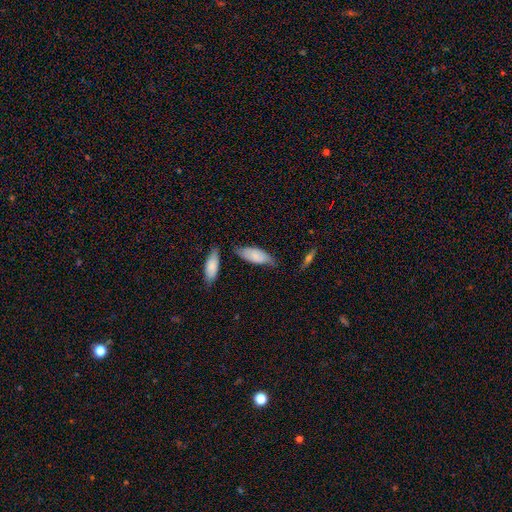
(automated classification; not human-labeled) smooth-or-featured: smooth: 75% | featured or disk: 19% | star or artifact: 6%
  how-rounded: in between: 79% | cigar-shaped: 20% | round: 2%
  merging: none: 57% | minor disturbance: 29% | merger: 7% | major disturbance: 7%